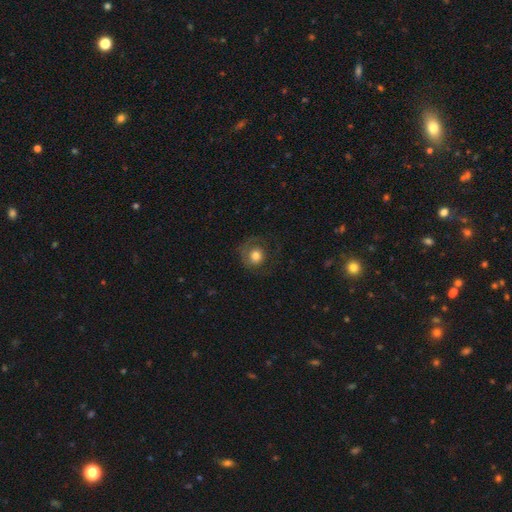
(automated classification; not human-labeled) Smooth or featured?
  - smooth: 70% *
  - featured or disk: 20%
  - star or artifact: 9%
How rounded?
  - round: 86% *
  - in between: 13%
  - cigar-shaped: 1%
Merging?
  - none: 61% *
  - major disturbance: 20%
  - minor disturbance: 18%
  - merger: 1%